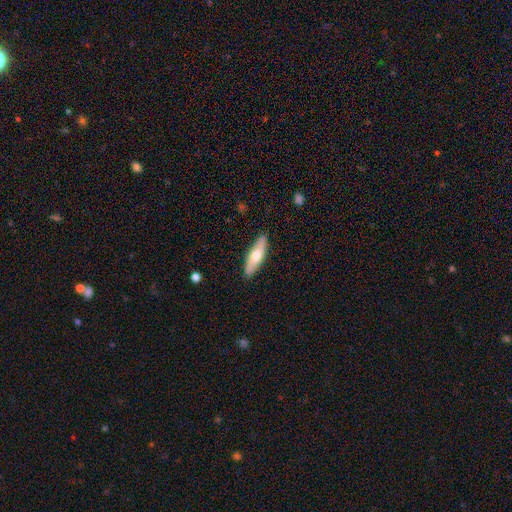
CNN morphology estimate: Overall: smooth (63%; featured or disk 31%). How rounded: cigar-shaped (56%; in between 42%). Merging: none (88%).